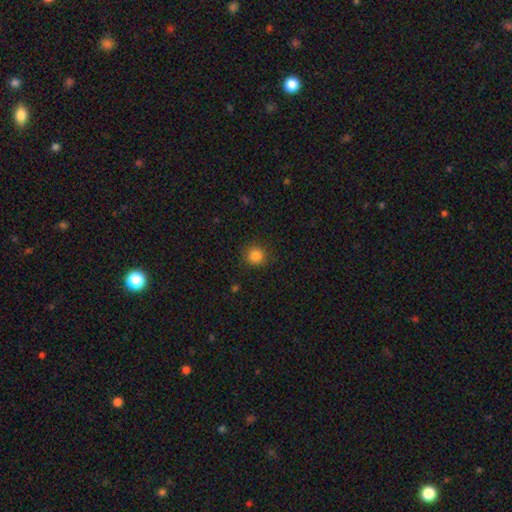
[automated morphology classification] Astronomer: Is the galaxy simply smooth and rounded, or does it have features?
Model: smooth — 84%.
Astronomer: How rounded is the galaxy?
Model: round — 91%.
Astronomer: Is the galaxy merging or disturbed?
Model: none — 89%.